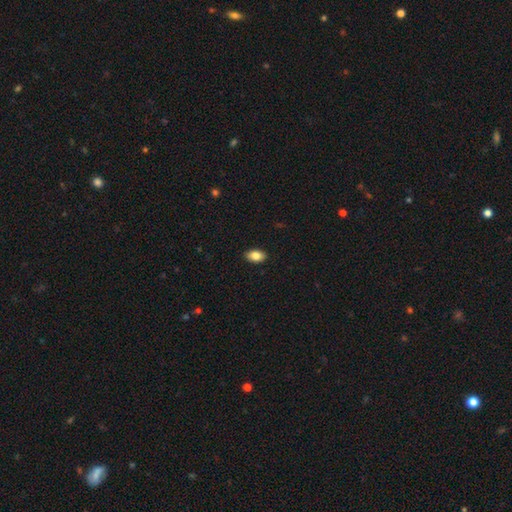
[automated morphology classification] smooth-or-featured: smooth: 84% | featured or disk: 8% | star or artifact: 8%
  how-rounded: in between: 90% | round: 8% | cigar-shaped: 2%
  merging: none: 90% | minor disturbance: 8% | major disturbance: 2% | merger: 1%